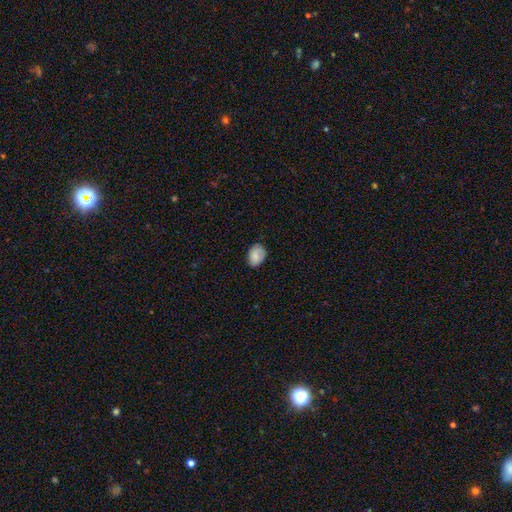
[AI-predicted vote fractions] A smooth galaxy with no disk features (81%) that is in between round and cigar-shaped (75%).

Vote fractions:
- Smooth or featured? smooth: 81% / featured or disk: 11% / star or artifact: 8%
- How rounded? in between: 75% / round: 24% / cigar-shaped: 1%
- Merging? none: 76% / minor disturbance: 20% / major disturbance: 3% / merger: 1%